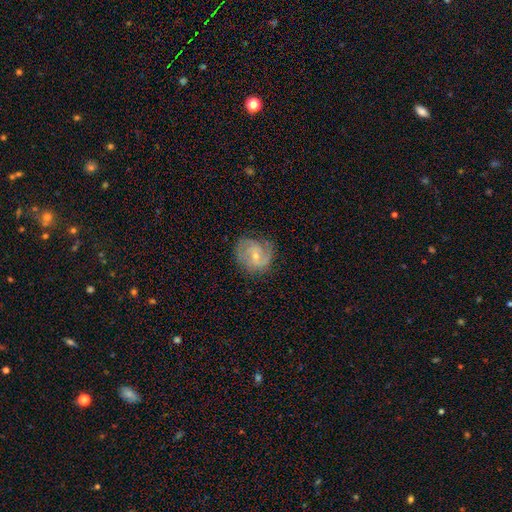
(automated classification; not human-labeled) A featured or disk galaxy (76%) with no bar (54%), 2 (58%) medium (45%) spiral arms (93%) and a small central bulge (62%). Merging: none (71%).